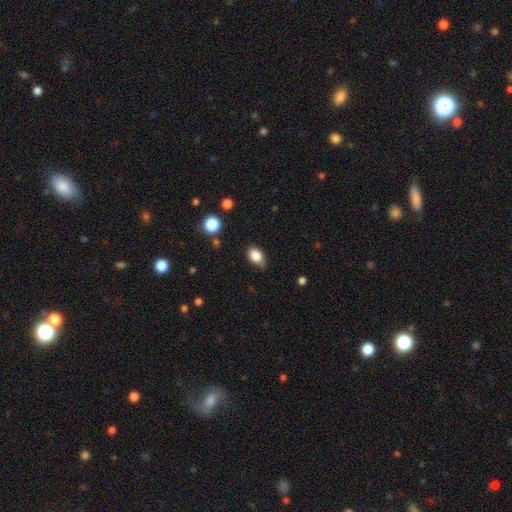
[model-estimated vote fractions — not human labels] smooth 84%, star or artifact 9%, featured or disk 7%. Down the decision tree: how rounded — in between (84%); merging — none (70%).